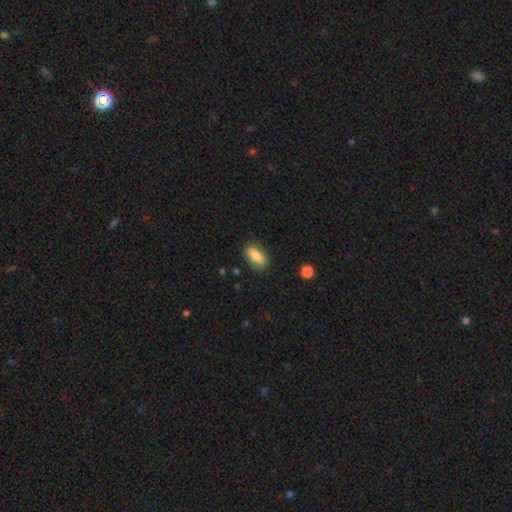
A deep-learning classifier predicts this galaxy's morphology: Overall: smooth (80%). How rounded: in between (87%). Merging: none (81%).